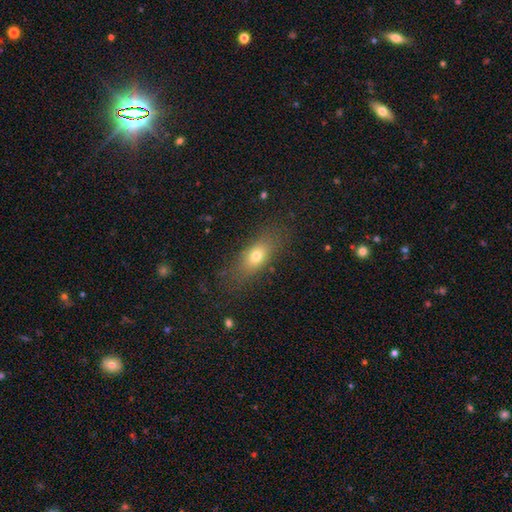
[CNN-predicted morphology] A smooth galaxy with no disk features (66%) that is in between round and cigar-shaped (63%).

Vote fractions:
- Smooth or featured? smooth: 66% / featured or disk: 20% / star or artifact: 14%
- How rounded? in between: 63% / cigar-shaped: 27% / round: 10%
- Merging? none: 81% / minor disturbance: 13% / major disturbance: 5% / merger: 1%